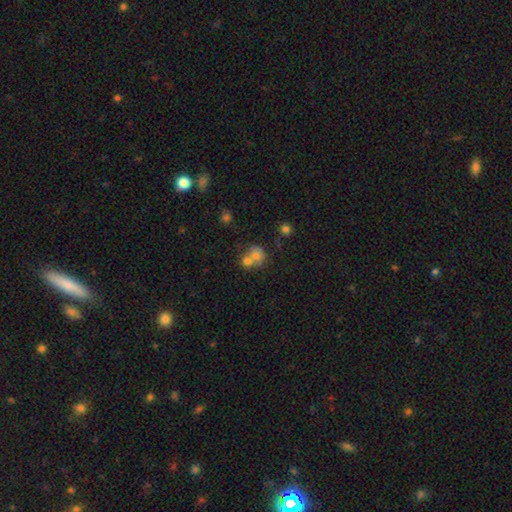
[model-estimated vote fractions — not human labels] A smooth galaxy with no disk features (69%) that is round (73%).

Vote fractions:
- Smooth or featured? smooth: 69% / featured or disk: 17% / star or artifact: 14%
- How rounded? round: 73% / in between: 26% / cigar-shaped: 1%
- Merging? merger: 57% / none: 31% / minor disturbance: 7% / major disturbance: 4%